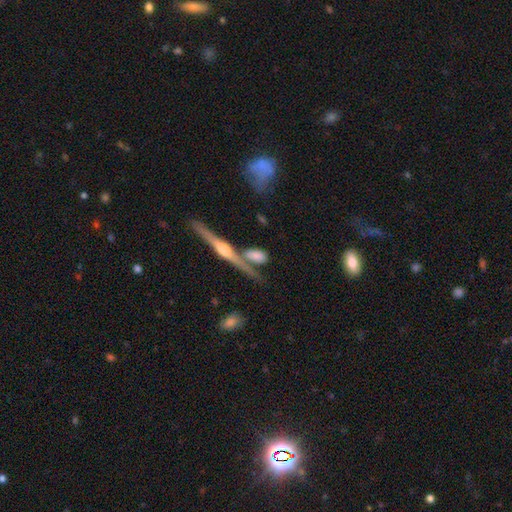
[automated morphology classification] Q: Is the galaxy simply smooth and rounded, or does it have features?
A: smooth — 57%.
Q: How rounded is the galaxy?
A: in between — 68%.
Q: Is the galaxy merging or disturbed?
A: none — 49%.